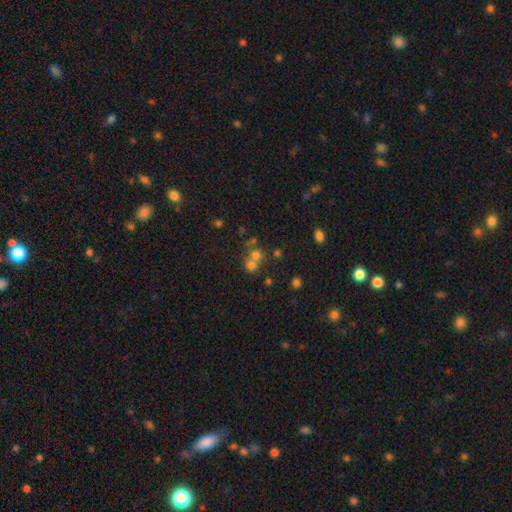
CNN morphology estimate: Overall: smooth (64%). How rounded: round (85%). Merging: merger (46%; none 45%).